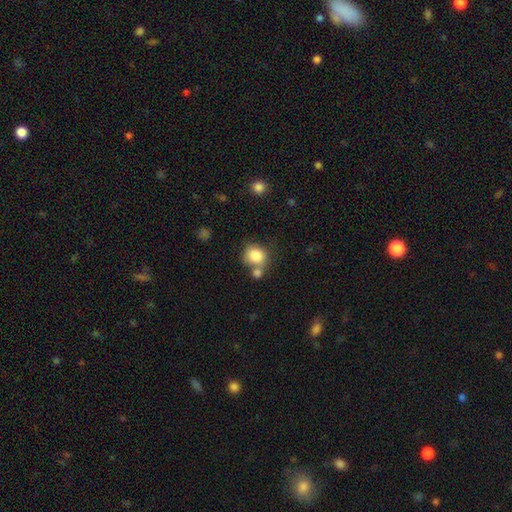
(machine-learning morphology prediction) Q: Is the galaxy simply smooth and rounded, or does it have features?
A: smooth — 83%.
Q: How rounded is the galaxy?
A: round — 76%.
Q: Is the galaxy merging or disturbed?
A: none — 50%.